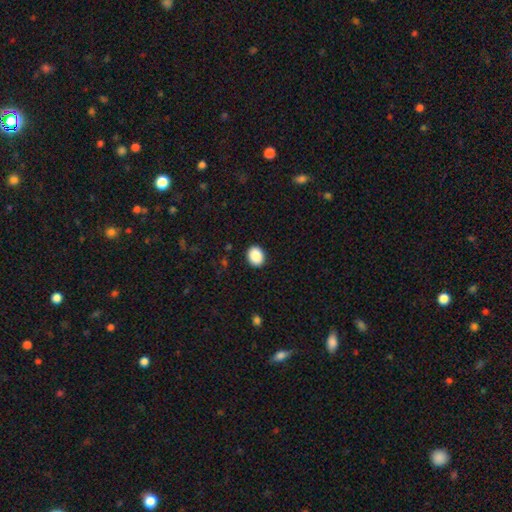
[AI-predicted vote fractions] smooth_or_featured: smooth (p=0.89) [alt: star or artifact p=0.08]
how_rounded: round (p=0.54) [alt: in between p=0.45]
merging: none (p=0.90) [alt: minor disturbance p=0.07]